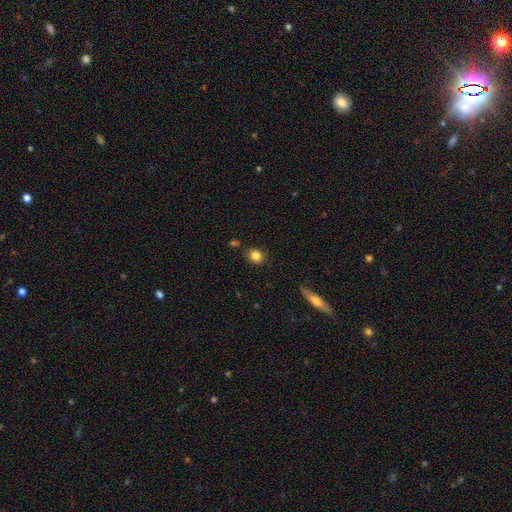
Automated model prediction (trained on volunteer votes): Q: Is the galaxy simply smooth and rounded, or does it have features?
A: smooth — 84%.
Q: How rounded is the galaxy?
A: round — 67%.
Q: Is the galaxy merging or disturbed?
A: none — 82%.